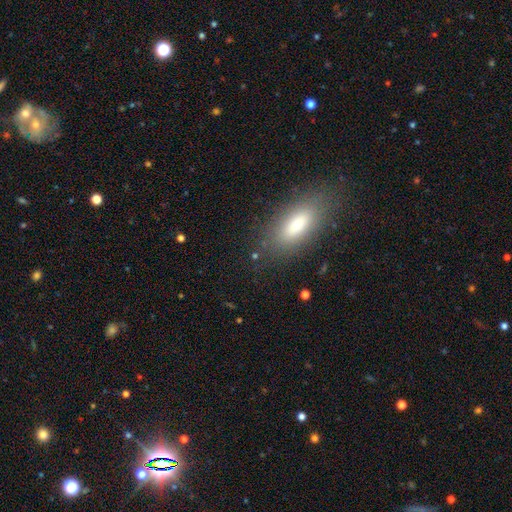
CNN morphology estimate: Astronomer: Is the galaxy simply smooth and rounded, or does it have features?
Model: smooth — 73%.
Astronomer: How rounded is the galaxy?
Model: in between — 72%.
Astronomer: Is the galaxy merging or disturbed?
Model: none — 81%.